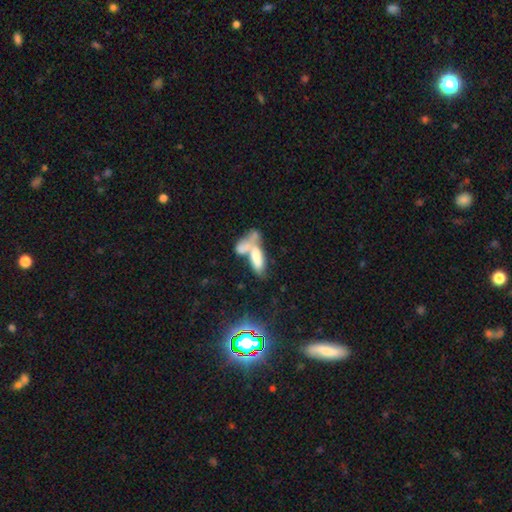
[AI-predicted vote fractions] A smooth galaxy with no disk features (65%) that is in between round and cigar-shaped (71%). Merging: merger (67%).